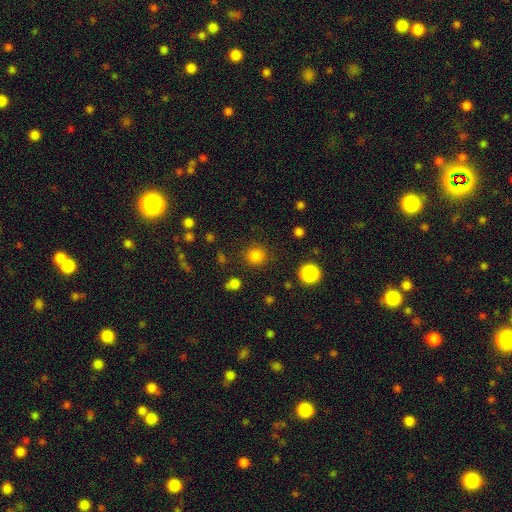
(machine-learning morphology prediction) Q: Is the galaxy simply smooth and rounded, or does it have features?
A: smooth — 82%.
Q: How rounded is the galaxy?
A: round — 93%.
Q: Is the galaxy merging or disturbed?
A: none — 88%.